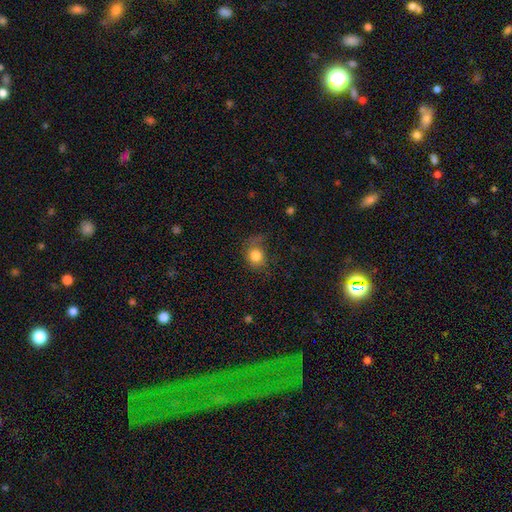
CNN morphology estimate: A smooth galaxy with no disk features (79%) that is round (73%). Merging: none (53%).